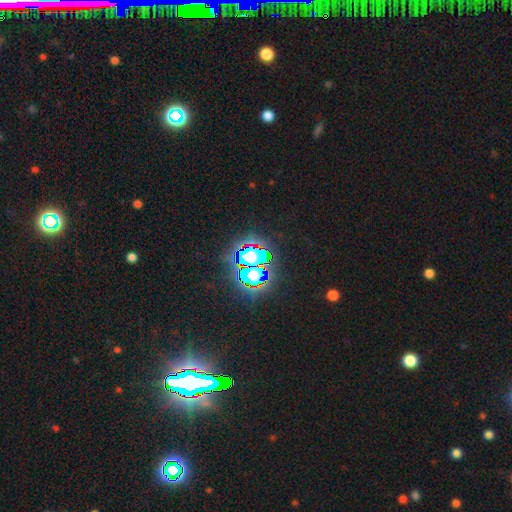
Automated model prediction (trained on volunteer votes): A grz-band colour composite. It shows a star or artifact, not a galaxy (76%).